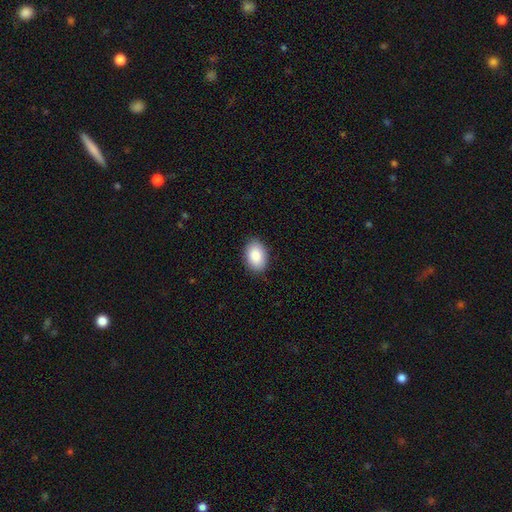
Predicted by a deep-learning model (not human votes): A smooth galaxy with no disk features (89%) that is in between round and cigar-shaped (89%).

Vote fractions:
- Smooth or featured? smooth: 89% / star or artifact: 6% / featured or disk: 5%
- How rounded? in between: 89% / round: 10% / cigar-shaped: 1%
- Merging? none: 88% / minor disturbance: 9% / major disturbance: 2% / merger: 1%